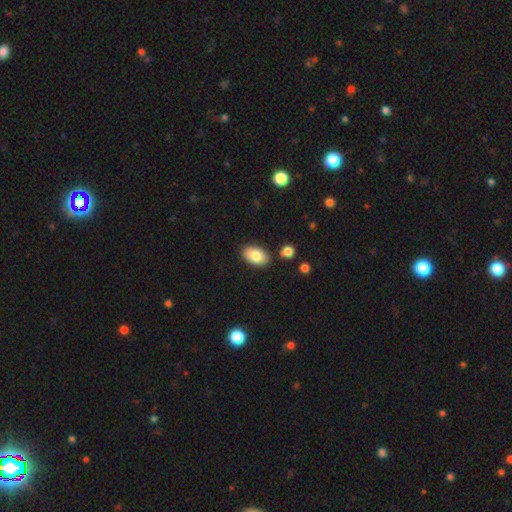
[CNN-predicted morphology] type=smooth (82%); roundness=in between (93%); merging=none (82%).